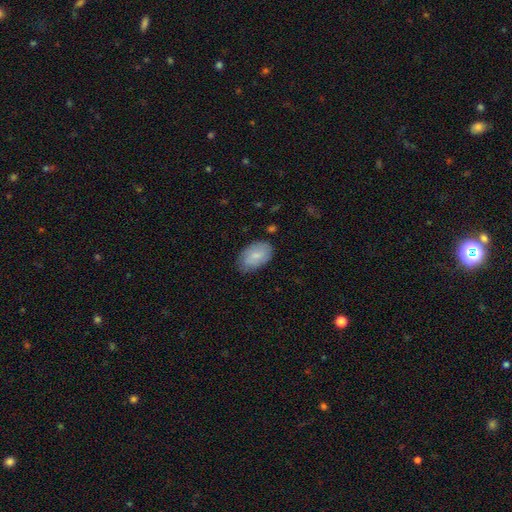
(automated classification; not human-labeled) Morphology: type=smooth (79%); roundness=in between (92%); merging=none (73%).